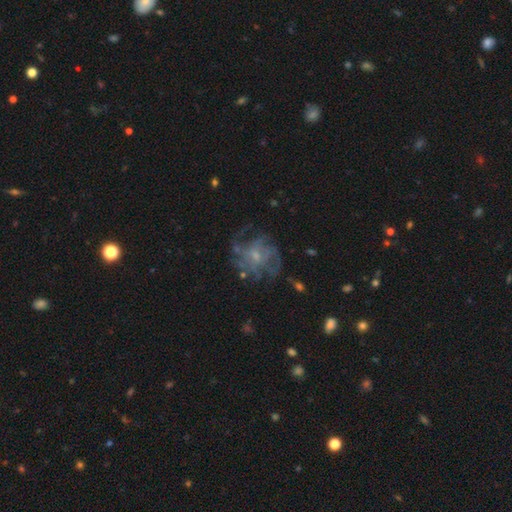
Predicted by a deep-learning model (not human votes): Overall: featured or disk (71%). Edge-on disk: no (97%). Bar: no (68%; weak 28%). Spiral arms: yes (71%). Bulge size: small (55%; moderate 32%). Merging: none (58%; major disturbance 21%).